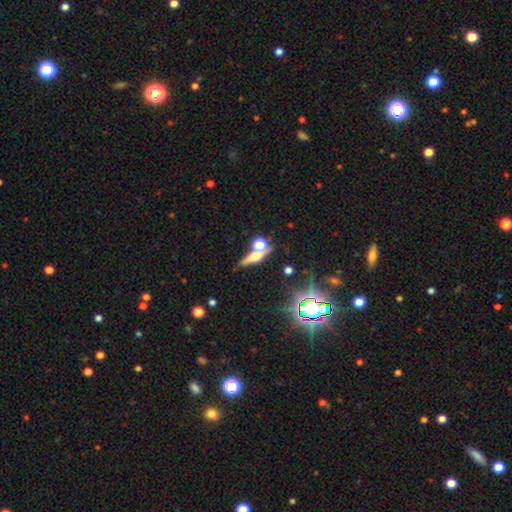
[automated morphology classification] smooth_or_featured: smooth (p=0.42) [alt: featured or disk p=0.39]
merging: none (p=0.51) [alt: merger p=0.31]